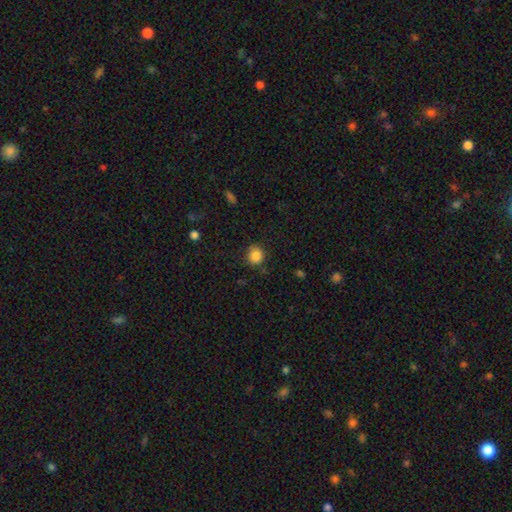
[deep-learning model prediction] Smooth or featured: smooth — 86% (star or artifact — 10%)
How rounded: round — 86% (in between — 13%)
Merging: none — 85% (minor disturbance — 10%)